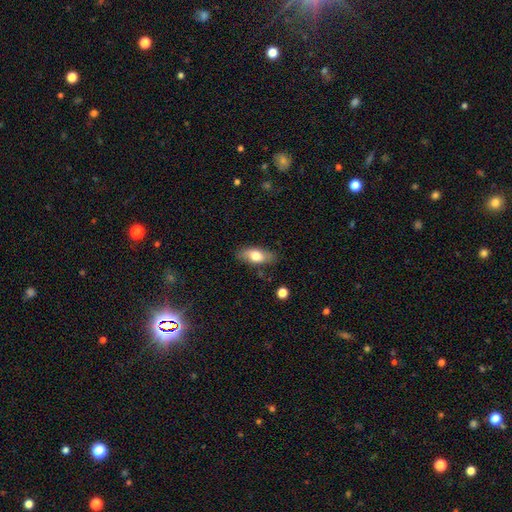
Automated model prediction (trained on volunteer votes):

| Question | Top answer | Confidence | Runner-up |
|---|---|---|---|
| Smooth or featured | smooth | 73% | featured or disk (21%) |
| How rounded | in between | 84% | cigar-shaped (11%) |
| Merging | none | 82% | minor disturbance (13%) |